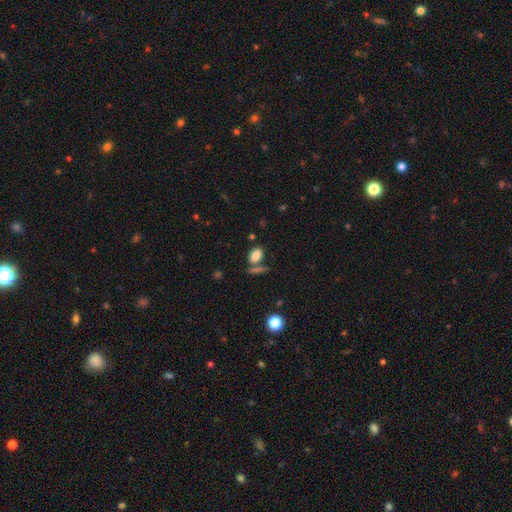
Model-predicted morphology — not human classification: This appears to be a smooth galaxy with no disk features (82%) that is in between round and cigar-shaped (83%). Merging: none (64%).